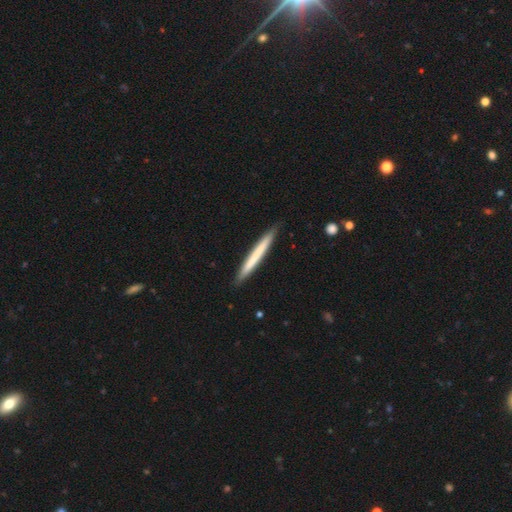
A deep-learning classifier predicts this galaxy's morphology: A smooth galaxy with no disk features (65%) that is cigar-shaped (97%).

Vote fractions:
- Smooth or featured? smooth: 65% / featured or disk: 30% / star or artifact: 5%
- How rounded? cigar-shaped: 97% / in between: 2% / round: 1%
- Merging? none: 90% / minor disturbance: 7% / major disturbance: 1% / merger: 1%